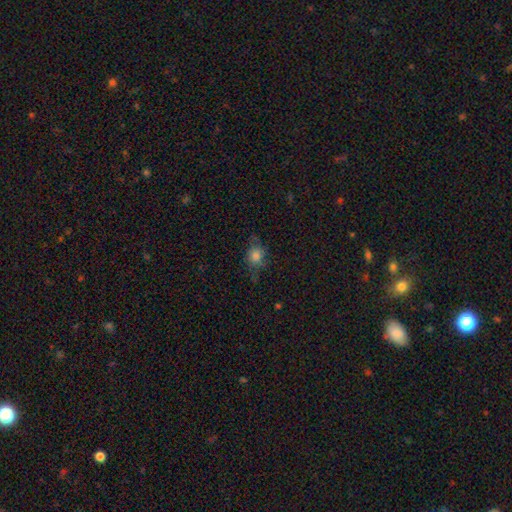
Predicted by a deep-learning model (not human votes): A smooth galaxy with no disk features (69%) that is round (55%).

Vote fractions:
- Smooth or featured? smooth: 69% / featured or disk: 17% / star or artifact: 14%
- How rounded? round: 55% / in between: 43% / cigar-shaped: 2%
- Merging? none: 59% / minor disturbance: 26% / major disturbance: 14% / merger: 2%